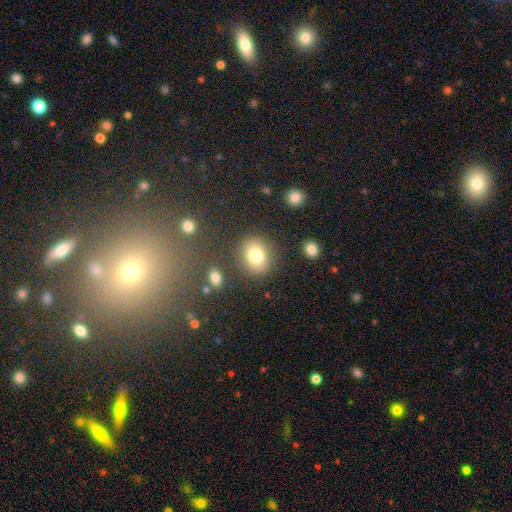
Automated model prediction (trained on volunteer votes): smooth_or_featured: smooth (p=0.80) [alt: star or artifact p=0.10]
how_rounded: round (p=0.61) [alt: in between p=0.38]
merging: none (p=0.80) [alt: minor disturbance p=0.11]